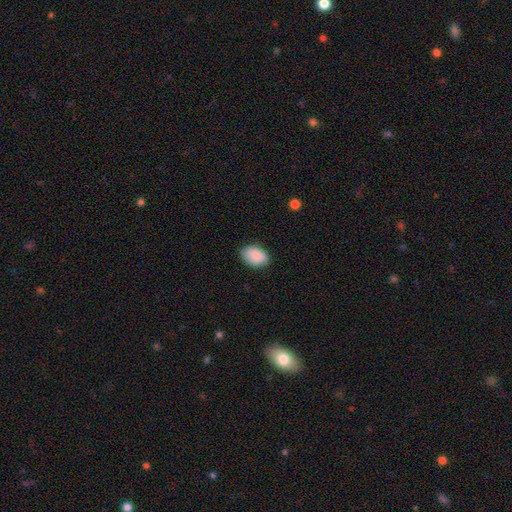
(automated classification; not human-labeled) A smooth galaxy with no disk features (90%) that is in between round and cigar-shaped (86%).

Vote fractions:
- Smooth or featured? smooth: 90% / star or artifact: 7% / featured or disk: 4%
- How rounded? in between: 86% / round: 13% / cigar-shaped: 1%
- Merging? none: 81% / minor disturbance: 15% / major disturbance: 3% / merger: 1%